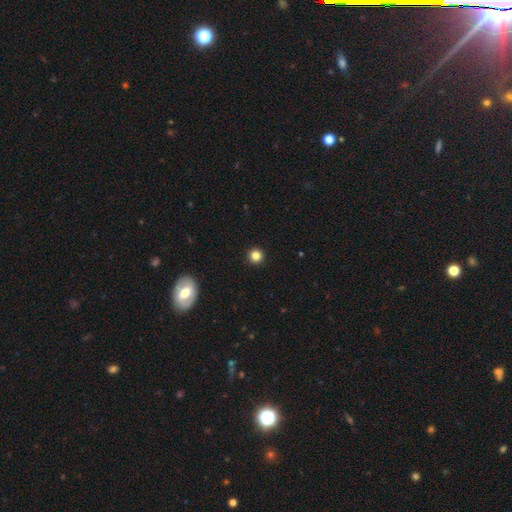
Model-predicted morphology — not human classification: Smooth or featured: smooth — 83% (star or artifact — 12%)
How rounded: round — 96% (in between — 3%)
Merging: none — 93% (minor disturbance — 4%)